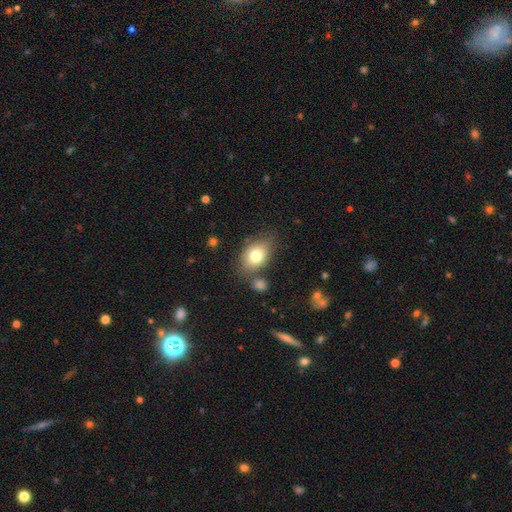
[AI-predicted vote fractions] Smooth or featured? smooth (77%)
How rounded? in between (80%)
Merging? none (67%)